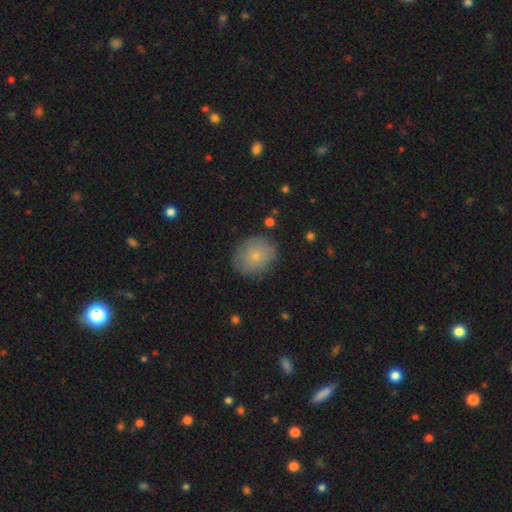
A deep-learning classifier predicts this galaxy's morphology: smooth-or-featured: smooth: 75% | featured or disk: 16% | star or artifact: 9%
  how-rounded: round: 68% | in between: 31% | cigar-shaped: 1%
  merging: none: 82% | minor disturbance: 13% | major disturbance: 4% | merger: 1%